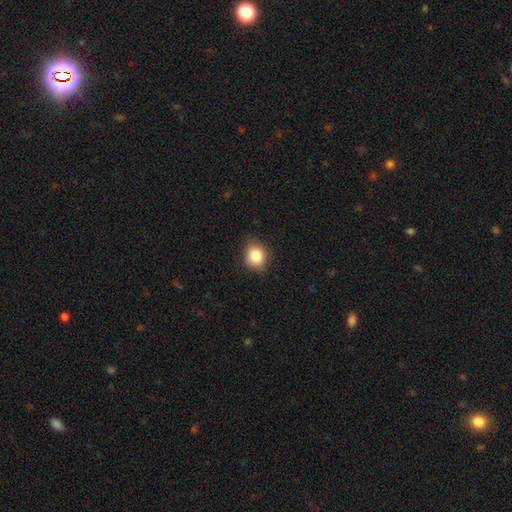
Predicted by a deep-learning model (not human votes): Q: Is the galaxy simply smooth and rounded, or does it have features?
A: smooth — 83%.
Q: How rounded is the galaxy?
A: round — 64%.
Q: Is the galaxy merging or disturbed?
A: none — 78%.